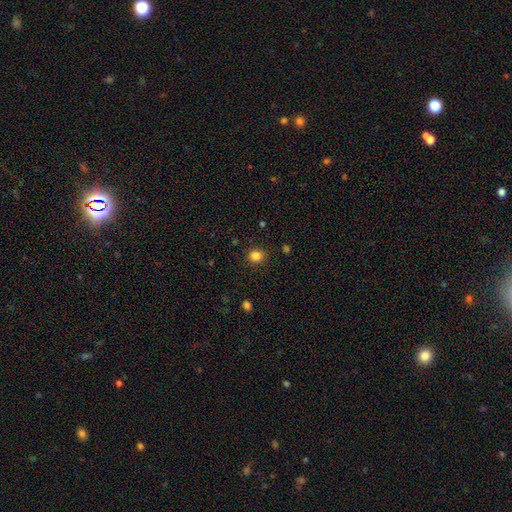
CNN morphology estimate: This appears to be a smooth galaxy with no disk features (84%) that is round (88%). Merging: none (90%).